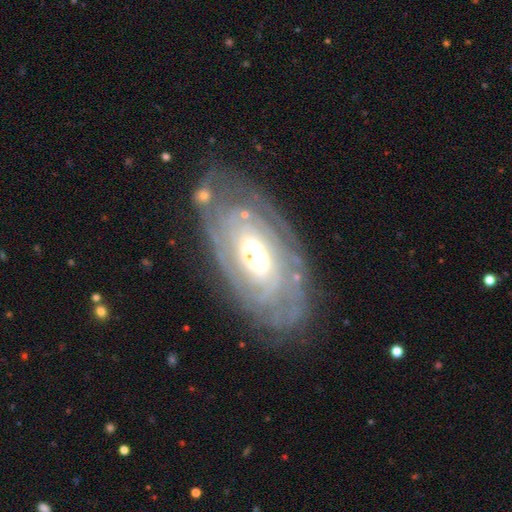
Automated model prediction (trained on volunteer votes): A featured or disk galaxy (82%) with no bar (64%), tight (74%) spiral arms (82%) and a moderate central bulge (63%).

Vote fractions:
- Smooth or featured? featured or disk: 82% / smooth: 12% / star or artifact: 5%
- Edge-on disk? no: 92% / yes: 8%
- Bar? no: 64% / weak: 25% / strong: 11%
- Spiral arms? yes: 82% / no: 18%
- Spiral winding? tight: 74% / medium: 20% / loose: 6%
- Spiral arm count? can't tell: 50% / 2: 18% / 3: 12% / 4: 8% / more than 4: 7% / 1: 5%
- Bulge size? moderate: 63% / large: 22% / small: 12% / dominant: 2% / none: 1%
- Merging? none: 77% / minor disturbance: 15% / major disturbance: 6% / merger: 2%